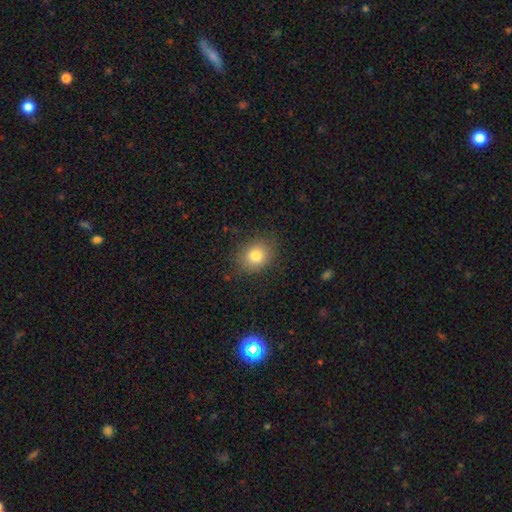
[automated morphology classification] A smooth galaxy with no disk features (80%) that is round (61%).

Vote fractions:
- Smooth or featured? smooth: 80% / star or artifact: 11% / featured or disk: 9%
- How rounded? round: 61% / in between: 38% / cigar-shaped: 1%
- Merging? none: 84% / minor disturbance: 11% / major disturbance: 3% / merger: 1%